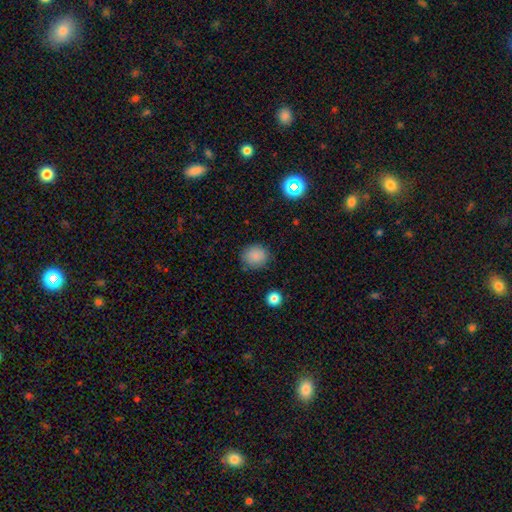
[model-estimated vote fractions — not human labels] Smooth or featured? Predicted: smooth (p=0.86). How rounded? Predicted: round (p=0.80). Merging? Predicted: none (p=0.84).